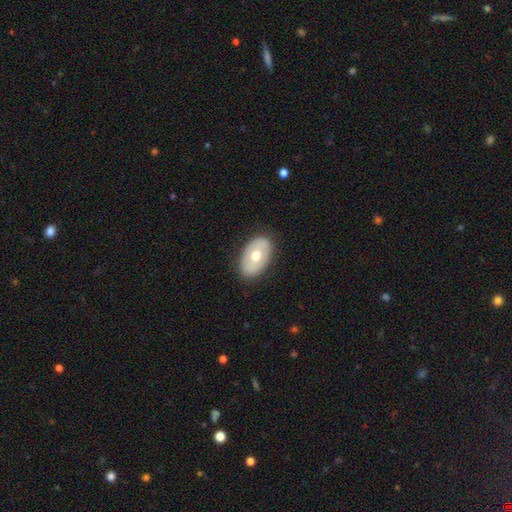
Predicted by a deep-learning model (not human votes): Smooth or featured: smooth — 56% (featured or disk — 39%)
How rounded: in between — 88% (round — 10%)
Merging: none — 84% (minor disturbance — 12%)